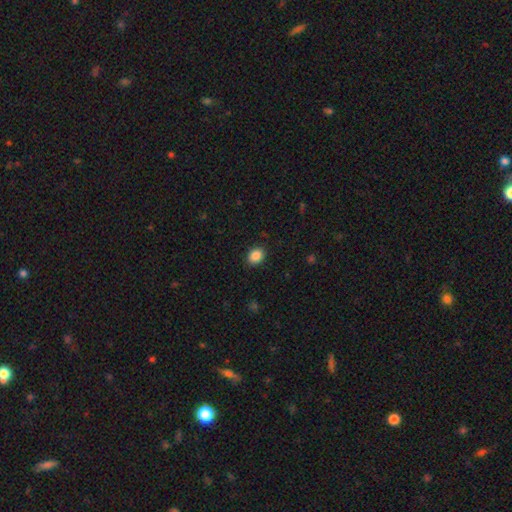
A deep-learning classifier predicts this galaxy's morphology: smooth-or-featured: smooth: 88% | star or artifact: 9% | featured or disk: 3%
  how-rounded: in between: 51% | round: 48% | cigar-shaped: 1%
  merging: none: 90% | minor disturbance: 7% | major disturbance: 2% | merger: 1%